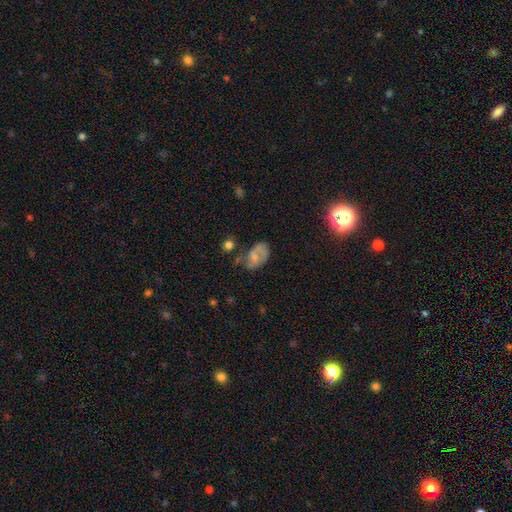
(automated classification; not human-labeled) A smooth galaxy with no disk features (48%).

Vote fractions:
- Smooth or featured? smooth: 48% / featured or disk: 40% / star or artifact: 11%
- Merging? none: 38% / minor disturbance: 30% / major disturbance: 24% / merger: 8%